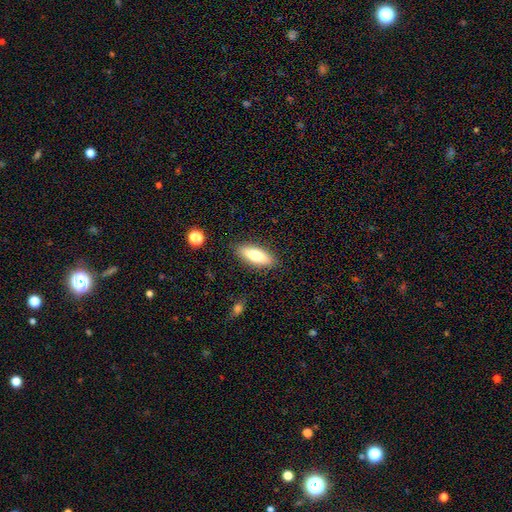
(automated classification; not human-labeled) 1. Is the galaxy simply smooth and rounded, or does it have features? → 71% smooth, 22% featured or disk, 6% star or artifact.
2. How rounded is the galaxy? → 61% in between, 37% cigar-shaped, 2% round.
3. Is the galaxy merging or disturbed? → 86% none, 10% minor disturbance, 2% major disturbance, 2% merger.